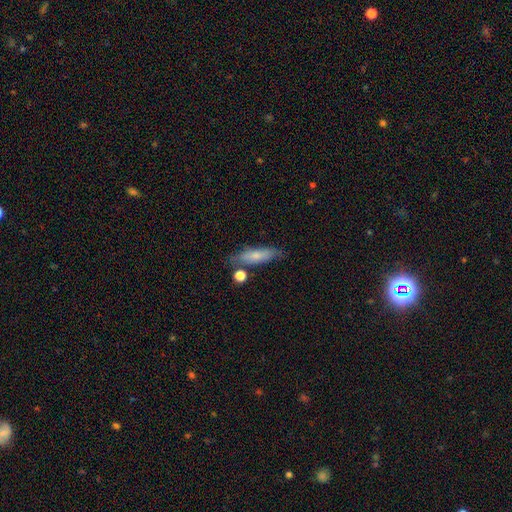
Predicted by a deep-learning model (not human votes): Smooth or featured? Predicted: smooth (p=0.71). How rounded? Predicted: cigar-shaped (p=0.52). Merging? Predicted: none (p=0.68).